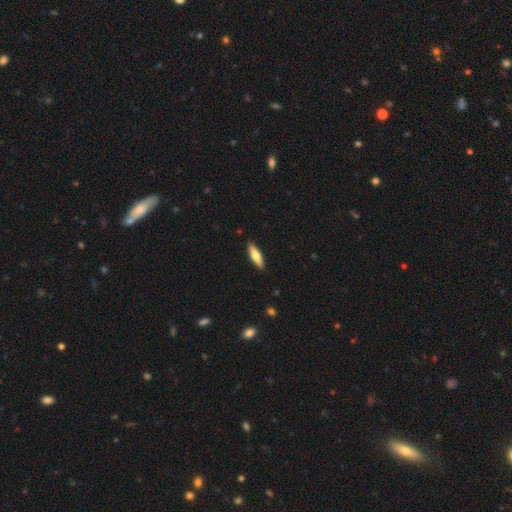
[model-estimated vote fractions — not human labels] Smooth or featured?
  - smooth: 61% *
  - featured or disk: 34%
  - star or artifact: 6%
How rounded?
  - cigar-shaped: 61% *
  - in between: 38%
  - round: 2%
Merging?
  - none: 89% *
  - minor disturbance: 8%
  - major disturbance: 2%
  - merger: 1%